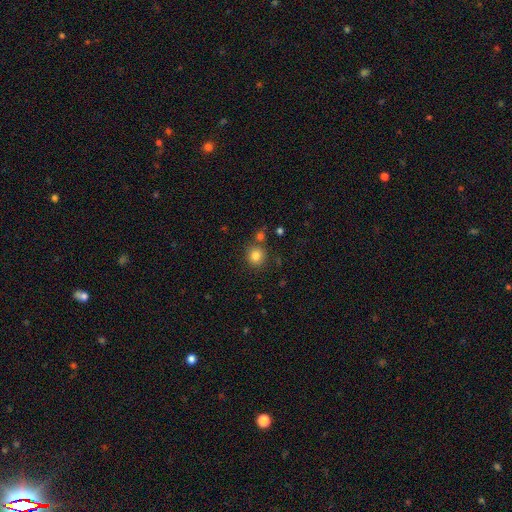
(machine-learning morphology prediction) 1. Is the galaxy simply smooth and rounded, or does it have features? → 81% smooth, 12% star or artifact, 6% featured or disk.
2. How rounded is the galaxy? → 89% round, 10% in between, 1% cigar-shaped.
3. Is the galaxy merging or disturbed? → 77% none, 11% merger, 9% minor disturbance, 3% major disturbance.